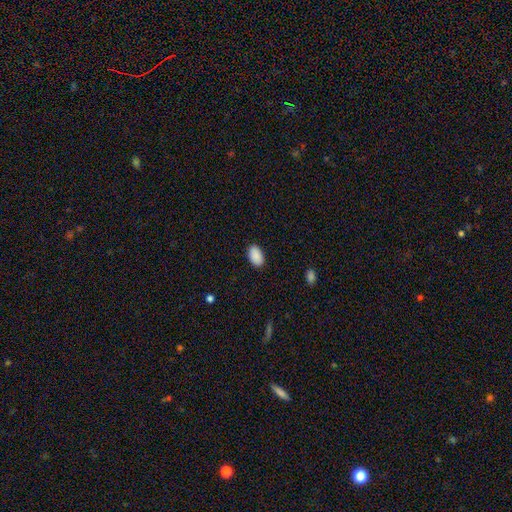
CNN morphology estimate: smooth-or-featured: smooth: 90% | star or artifact: 7% | featured or disk: 3%
  how-rounded: in between: 93% | round: 5% | cigar-shaped: 1%
  merging: none: 89% | minor disturbance: 8% | major disturbance: 2% | merger: 1%